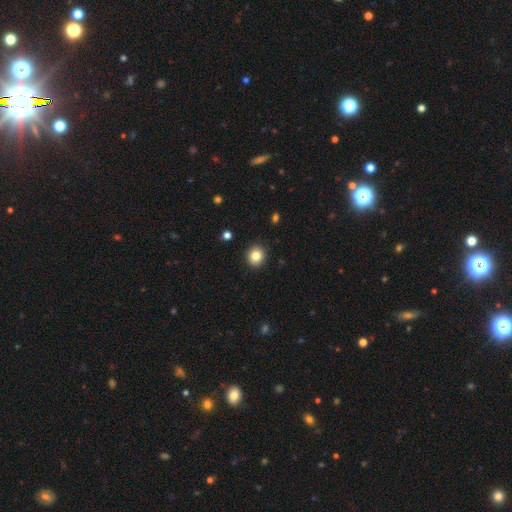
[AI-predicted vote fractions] Smooth or featured? smooth (83%)
How rounded? round (83%)
Merging? none (92%)